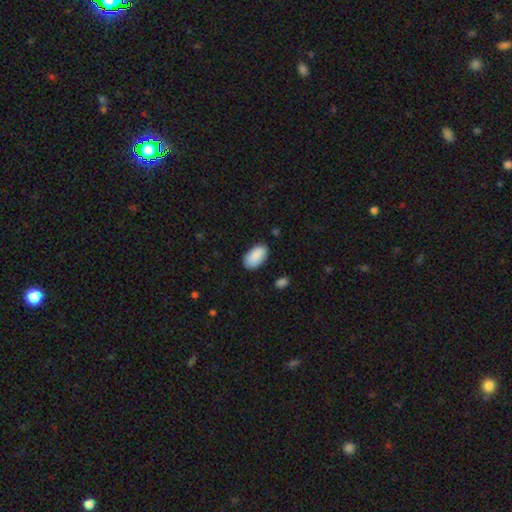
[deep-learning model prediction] Q: Smooth or featured?
A: smooth (89%); runner-up: star or artifact (6%)
Q: How rounded?
A: in between (95%); runner-up: round (3%)
Q: Merging?
A: none (80%); runner-up: minor disturbance (15%)